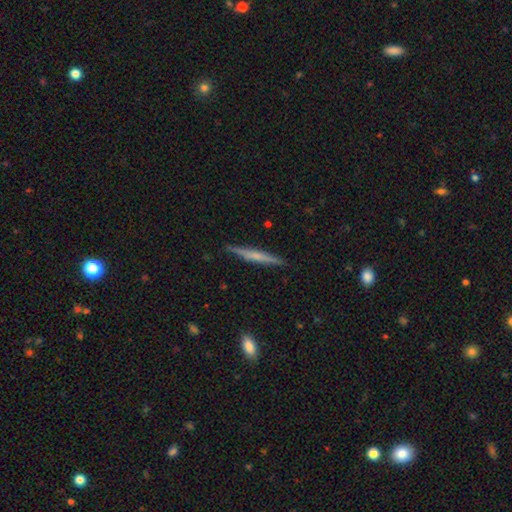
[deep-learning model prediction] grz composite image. It shows a featured or disk galaxy (50%). Merging: none (89%).